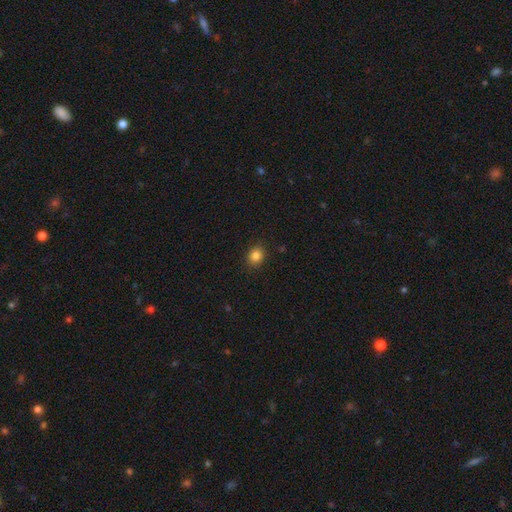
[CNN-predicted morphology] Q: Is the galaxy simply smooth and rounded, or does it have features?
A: smooth — 84%.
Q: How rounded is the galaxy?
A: round — 59%.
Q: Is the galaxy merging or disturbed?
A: none — 89%.